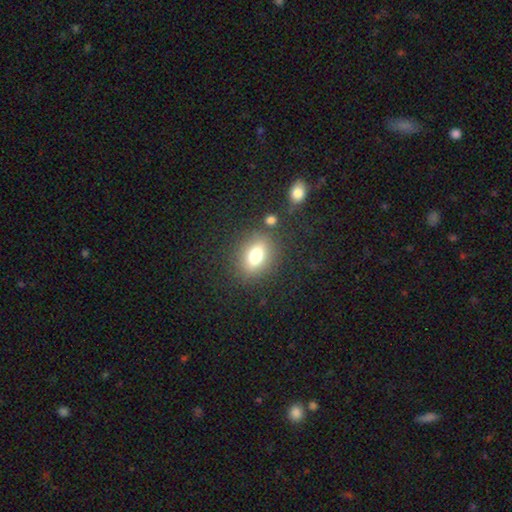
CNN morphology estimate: smooth-or-featured: smooth: 76% | featured or disk: 13% | star or artifact: 11%
  how-rounded: in between: 73% | round: 22% | cigar-shaped: 4%
  merging: none: 82% | minor disturbance: 10% | major disturbance: 4% | merger: 4%